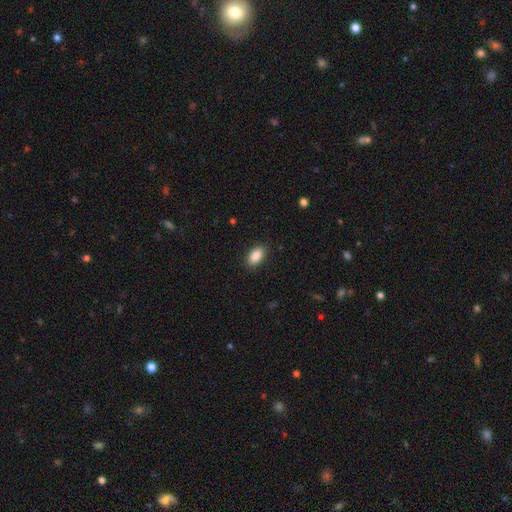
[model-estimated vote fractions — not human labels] smooth_or_featured: smooth (p=0.89) [alt: star or artifact p=0.07]
how_rounded: in between (p=0.93) [alt: round p=0.04]
merging: none (p=0.89) [alt: minor disturbance p=0.08]